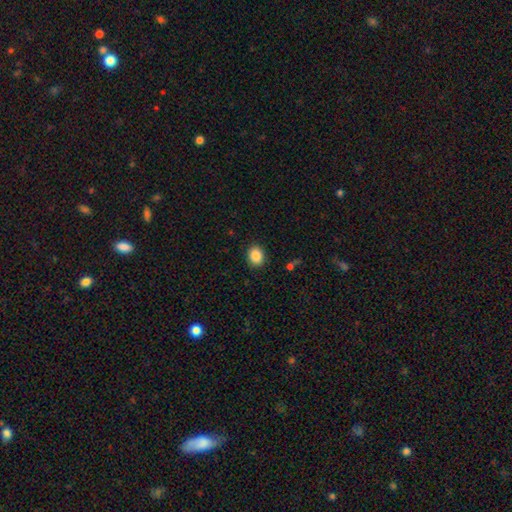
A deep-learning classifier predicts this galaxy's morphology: This appears to be a smooth galaxy with no disk features (87%) that is round (55%). Merging: none (90%).